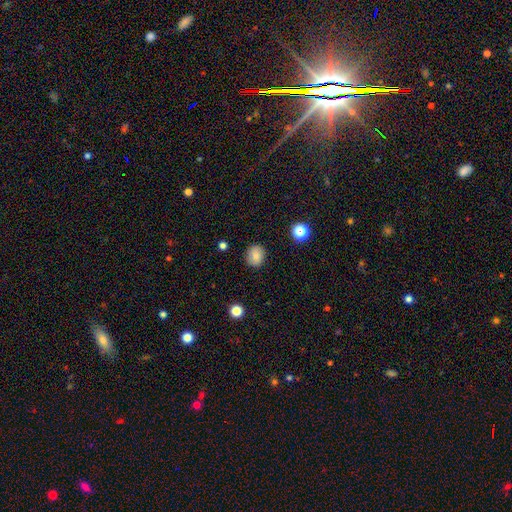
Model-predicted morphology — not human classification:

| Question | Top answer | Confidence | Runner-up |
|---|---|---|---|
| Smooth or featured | smooth | 80% | star or artifact (10%) |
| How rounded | round | 75% | in between (24%) |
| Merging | none | 88% | minor disturbance (9%) |